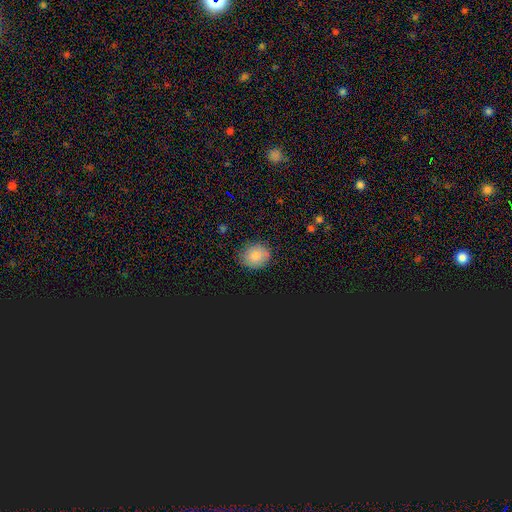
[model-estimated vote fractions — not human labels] A smooth galaxy with no disk features (82%) that is round (70%). Merging: none (84%).